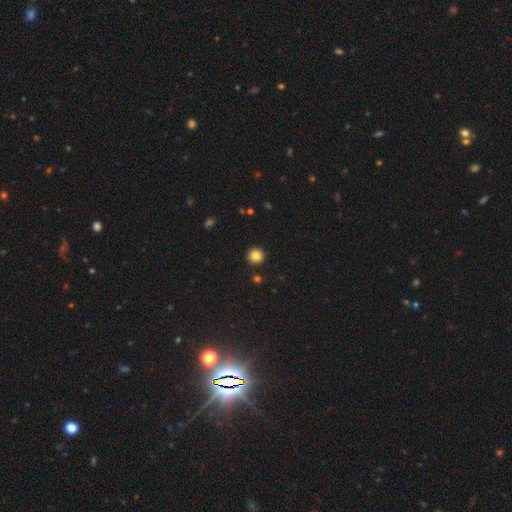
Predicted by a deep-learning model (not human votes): The model was most divided on "smooth or featured": smooth: 84%, star or artifact: 11%, featured or disk: 5%. More confident: how rounded — round (95%); merging — none (92%).